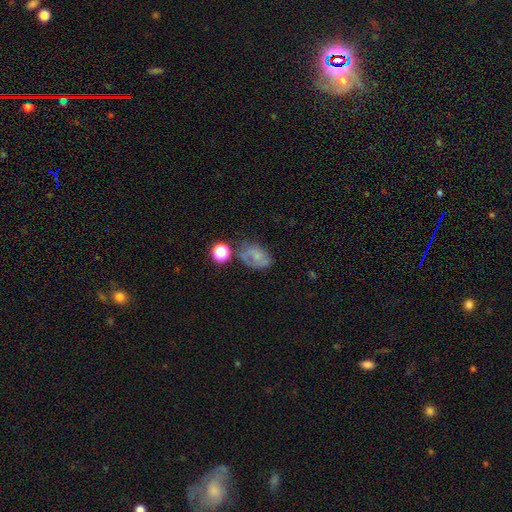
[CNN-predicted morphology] Smooth or featured? smooth (51%)
How rounded? in between (70%)
Merging? none (50%)